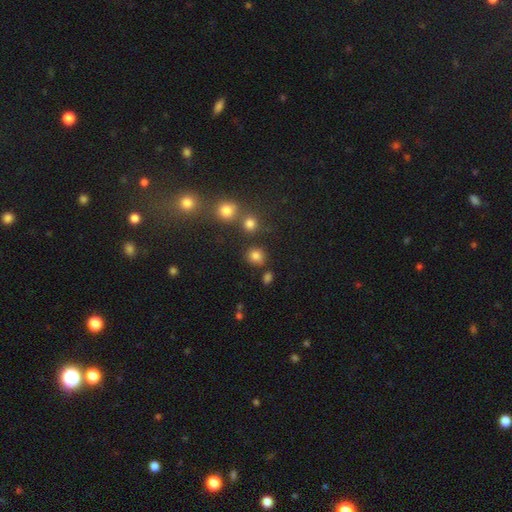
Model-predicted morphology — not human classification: smooth_or_featured: smooth (p=0.80) [alt: star or artifact p=0.15]
how_rounded: round (p=0.79) [alt: in between p=0.20]
merging: none (p=0.76) [alt: minor disturbance p=0.10]